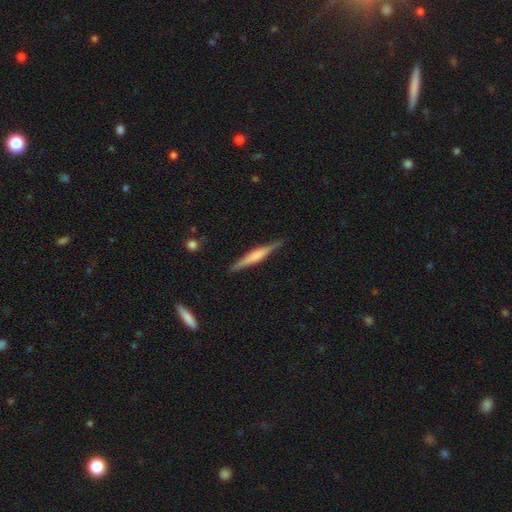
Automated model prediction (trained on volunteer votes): Morphology: type=featured or disk (58%); edge-on=yes (97%); edge-on bulge=rounded (49%); merging=none (89%).